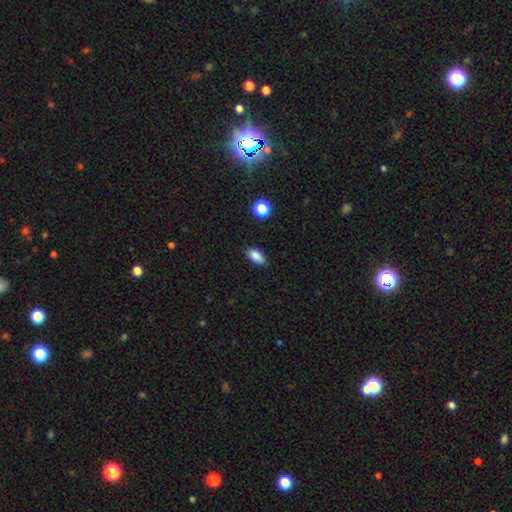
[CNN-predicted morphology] Smooth or featured?
  - smooth: 86% *
  - star or artifact: 9%
  - featured or disk: 5%
How rounded?
  - in between: 90% *
  - cigar-shaped: 5%
  - round: 5%
Merging?
  - none: 82% *
  - minor disturbance: 14%
  - major disturbance: 2%
  - merger: 1%